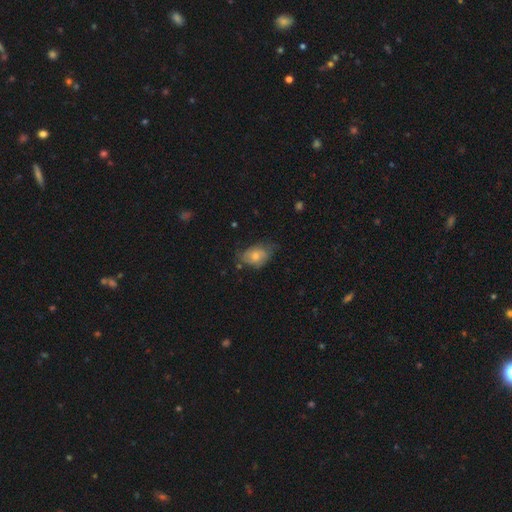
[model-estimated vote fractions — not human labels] smooth_or_featured: smooth (p=0.63) [alt: featured or disk p=0.29]
how_rounded: in between (p=0.82) [alt: round p=0.16]
merging: none (p=0.49) [alt: minor disturbance p=0.37]